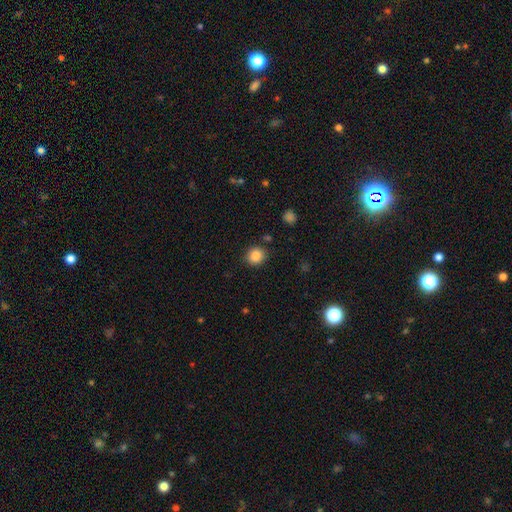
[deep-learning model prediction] Smooth or featured: smooth — 86% (star or artifact — 10%)
How rounded: round — 82% (in between — 17%)
Merging: none — 85% (minor disturbance — 10%)